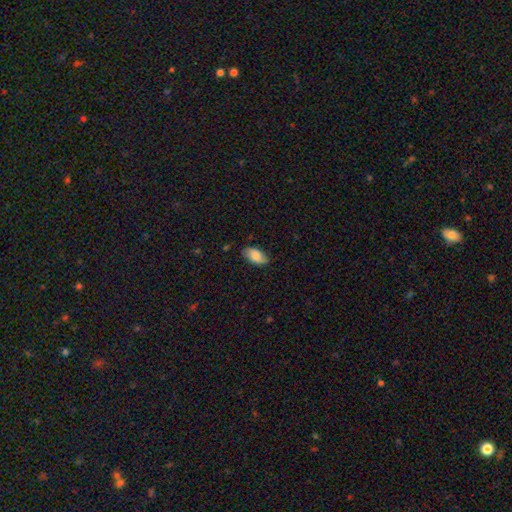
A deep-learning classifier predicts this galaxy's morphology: Q: Smooth or featured?
A: smooth (80%); runner-up: featured or disk (13%)
Q: How rounded?
A: in between (94%); runner-up: round (3%)
Q: Merging?
A: none (78%); runner-up: minor disturbance (18%)